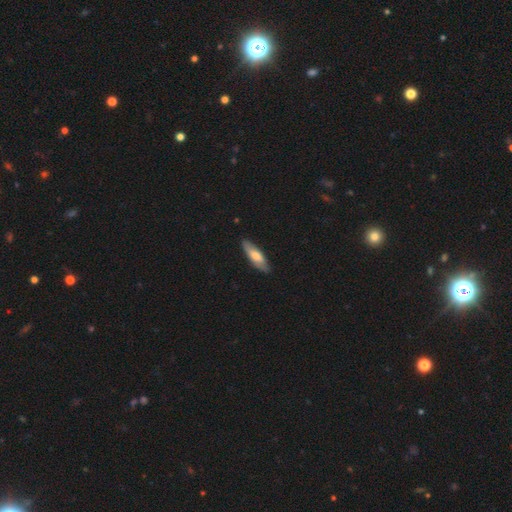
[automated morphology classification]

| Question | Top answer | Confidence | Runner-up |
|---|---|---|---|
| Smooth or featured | smooth | 65% | featured or disk (30%) |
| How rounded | in between | 52% | cigar-shaped (46%) |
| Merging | none | 83% | minor disturbance (13%) |